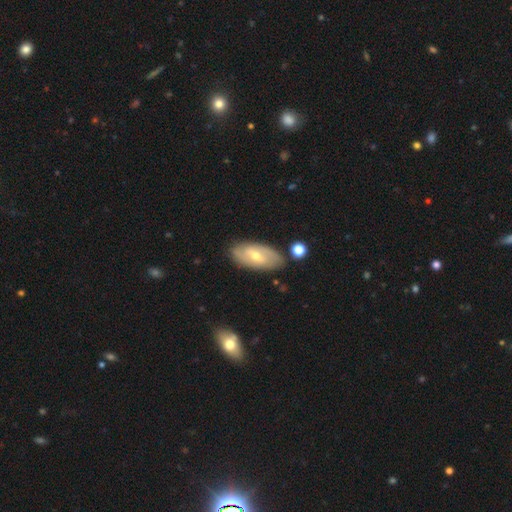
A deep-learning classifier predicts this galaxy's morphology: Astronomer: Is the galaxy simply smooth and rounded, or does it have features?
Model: featured or disk — 58% (runner-up: smooth, 35%).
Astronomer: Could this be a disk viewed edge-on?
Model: no — 88%.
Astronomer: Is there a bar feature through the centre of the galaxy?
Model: weak — 47% (runner-up: no, 33%).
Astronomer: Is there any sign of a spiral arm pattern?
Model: yes — 66%.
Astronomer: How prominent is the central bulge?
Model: moderate — 49% (runner-up: small, 47%).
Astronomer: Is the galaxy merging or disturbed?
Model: none — 80%.